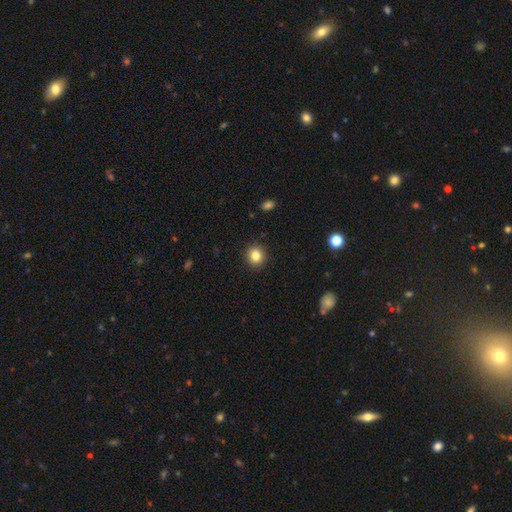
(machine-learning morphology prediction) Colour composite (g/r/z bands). It shows a smooth galaxy with no disk features (83%) that is round (89%). Merging: none (92%).